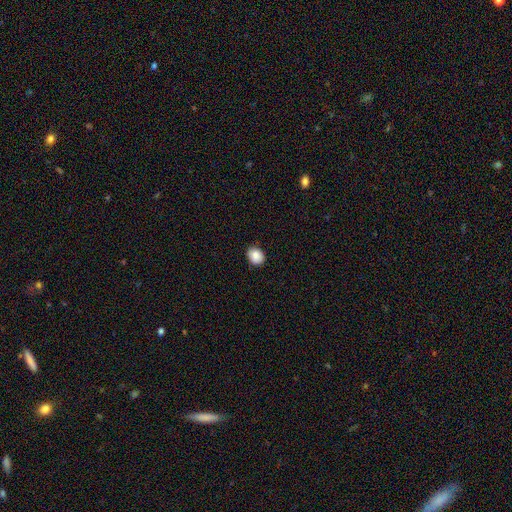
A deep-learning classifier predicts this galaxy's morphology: smooth-or-featured: smooth: 87% | star or artifact: 9% | featured or disk: 5%
  how-rounded: round: 66% | in between: 33% | cigar-shaped: 1%
  merging: none: 86% | minor disturbance: 11% | major disturbance: 2% | merger: 1%